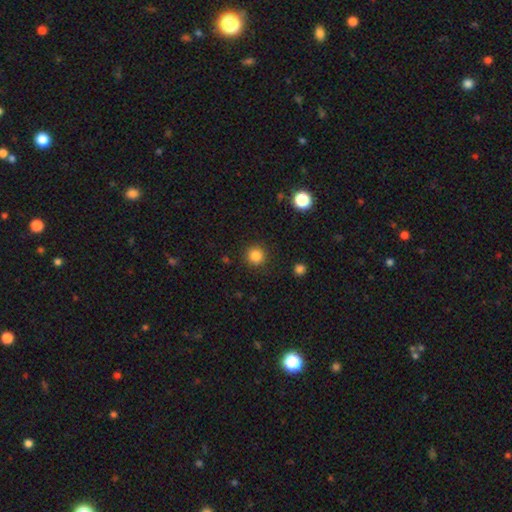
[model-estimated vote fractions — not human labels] smooth 84%, star or artifact 12%, featured or disk 4%. Down the decision tree: how rounded — round (94%); merging — none (90%).